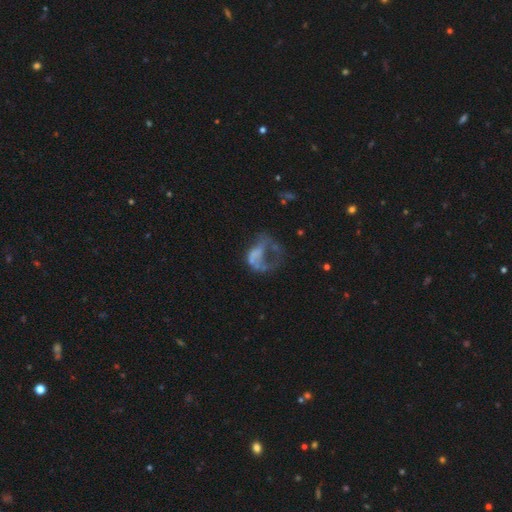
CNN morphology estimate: smooth_or_featured: featured or disk (p=0.57) [alt: smooth p=0.30]
disk_edge_on: no (p=0.98) [alt: yes p=0.02]
bar: no (p=0.86) [alt: weak p=0.11]
has_spiral_arms: no (p=0.77) [alt: yes p=0.23]
bulge_size: none (p=0.74) [alt: small p=0.11]
merging: major disturbance (p=0.56) [alt: none p=0.23]